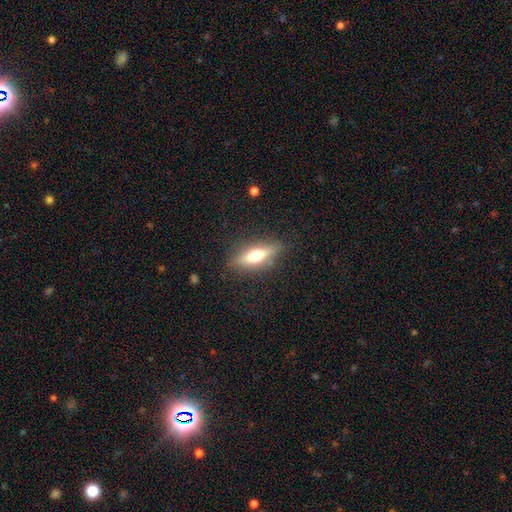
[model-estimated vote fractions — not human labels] Morphology: type=smooth (51%); roundness=cigar-shaped (51%); merging=none (84%).